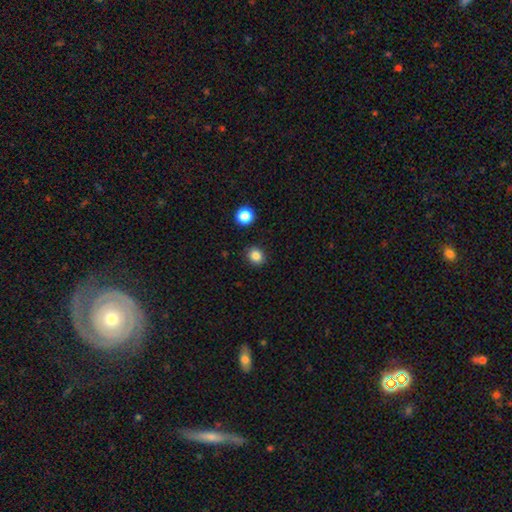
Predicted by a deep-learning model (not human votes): Morphology: type=smooth (84%); roundness=round (76%); merging=none (88%).